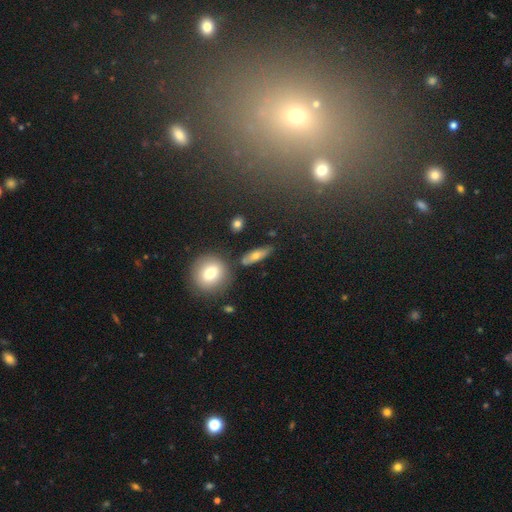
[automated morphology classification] The model was most divided on "how rounded": in between: 52%, cigar-shaped: 38%, round: 11%. More confident: merging — none (77%); smooth or featured — smooth (66%).